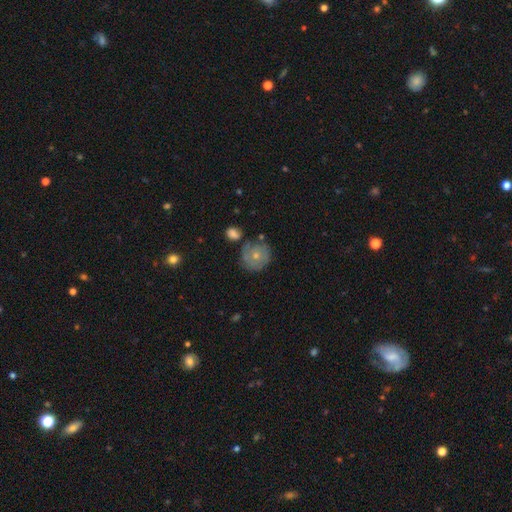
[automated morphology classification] Q: Smooth or featured?
A: smooth (53%); runner-up: featured or disk (39%)
Q: How rounded?
A: round (89%); runner-up: in between (10%)
Q: Merging?
A: none (64%); runner-up: minor disturbance (22%)